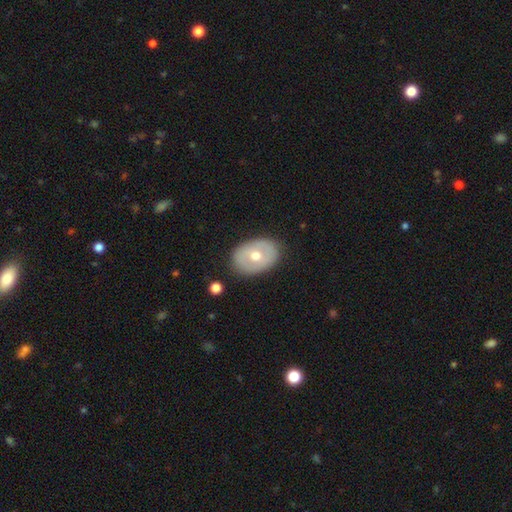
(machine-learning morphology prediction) This appears to be a smooth galaxy with no disk features (51%) that is in between round and cigar-shaped (77%). Merging: none (85%).